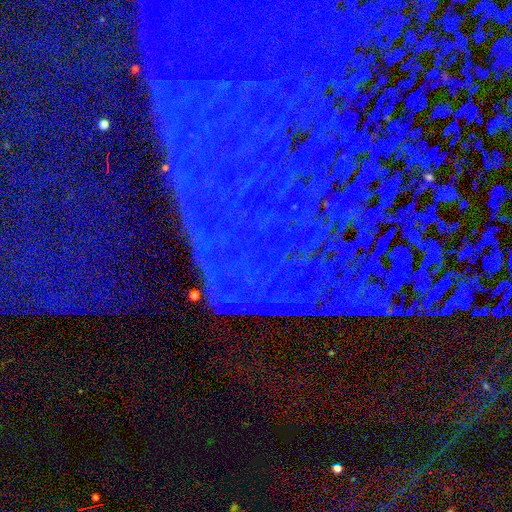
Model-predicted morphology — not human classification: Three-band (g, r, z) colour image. It shows a star or artifact, not a galaxy (84%).